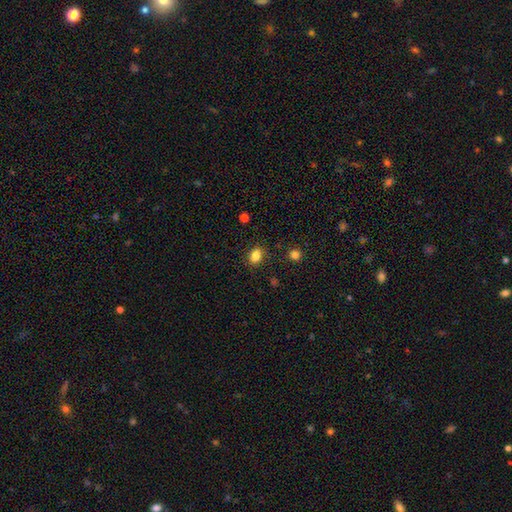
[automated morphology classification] smooth-or-featured: smooth: 85% | star or artifact: 10% | featured or disk: 5%
  how-rounded: in between: 73% | round: 25% | cigar-shaped: 1%
  merging: none: 86% | minor disturbance: 10% | major disturbance: 3% | merger: 2%